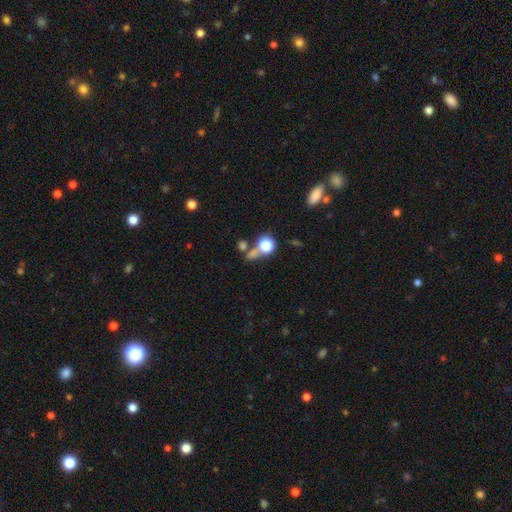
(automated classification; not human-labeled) Smooth or featured?
  - smooth: 51% *
  - star or artifact: 34%
  - featured or disk: 14%
How rounded?
  - round: 73% *
  - in between: 21%
  - cigar-shaped: 5%
Merging?
  - none: 53% *
  - merger: 30%
  - minor disturbance: 10%
  - major disturbance: 7%